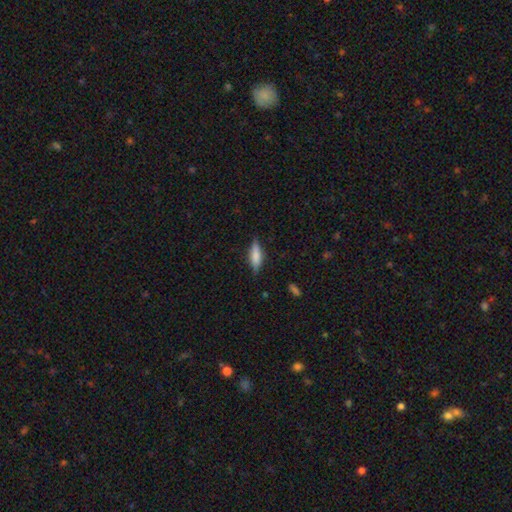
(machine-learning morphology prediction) Q: Smooth or featured?
A: smooth (68%); runner-up: featured or disk (25%)
Q: How rounded?
A: cigar-shaped (49%); runner-up: in between (48%)
Q: Merging?
A: none (81%); runner-up: minor disturbance (15%)